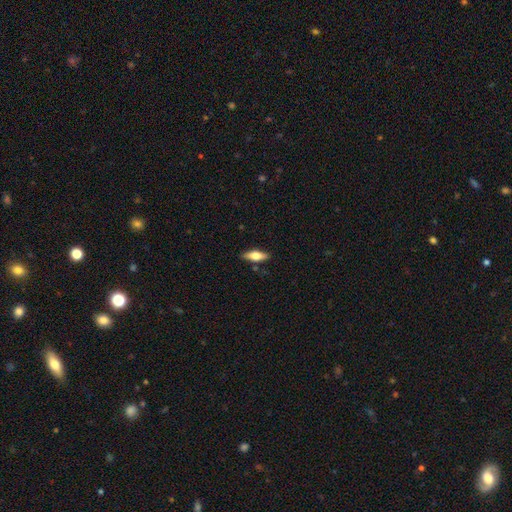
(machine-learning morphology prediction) smooth-or-featured: smooth: 59% | featured or disk: 35% | star or artifact: 6%
  how-rounded: in between: 59% | cigar-shaped: 38% | round: 3%
  merging: none: 86% | minor disturbance: 10% | major disturbance: 2% | merger: 2%